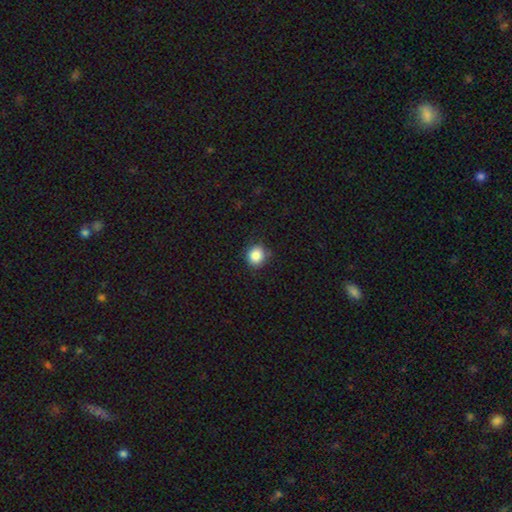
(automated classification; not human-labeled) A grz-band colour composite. It shows a smooth galaxy with no disk features (86%) that is round (84%). Merging: none (84%).